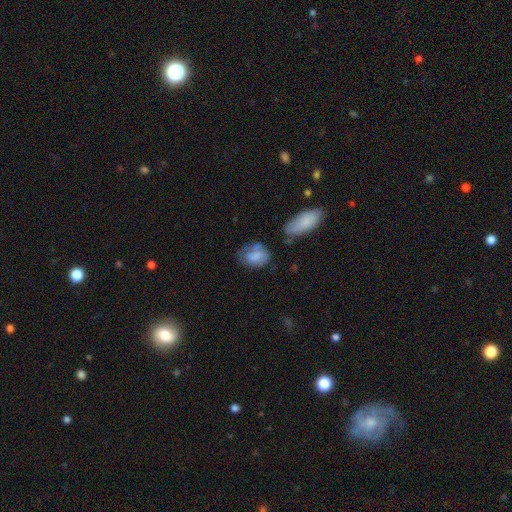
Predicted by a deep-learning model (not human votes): A smooth galaxy with no disk features (68%) that is in between round and cigar-shaped (69%). Merging: none (49%).